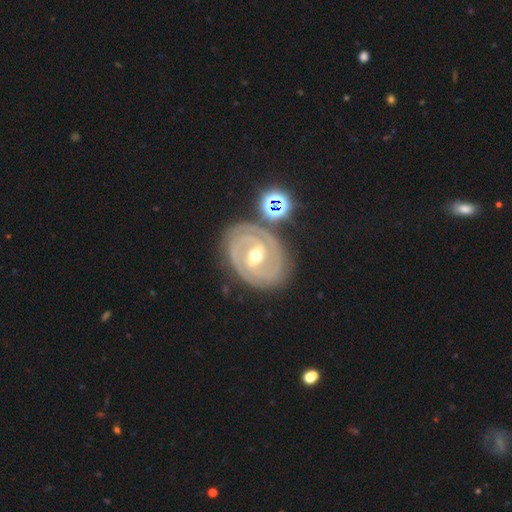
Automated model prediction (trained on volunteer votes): This appears to be a featured or disk galaxy (87%) with a weak bar (46%), 2 (61%) tight (74%) spiral arms (94%) and a moderate central bulge (68%). Merging: none (76%).